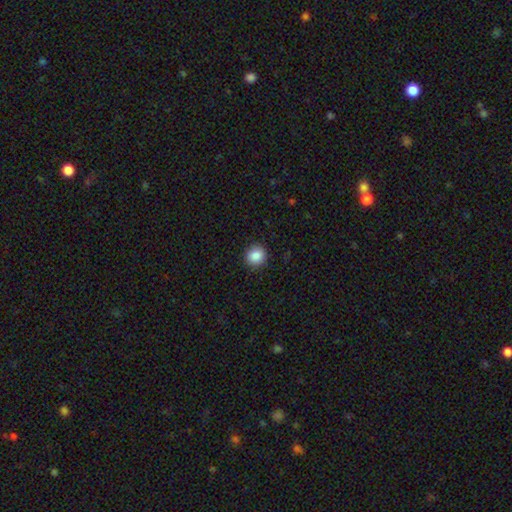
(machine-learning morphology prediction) smooth 87%, star or artifact 9%, featured or disk 4%. Down the decision tree: how rounded — round (91%); merging — none (91%).